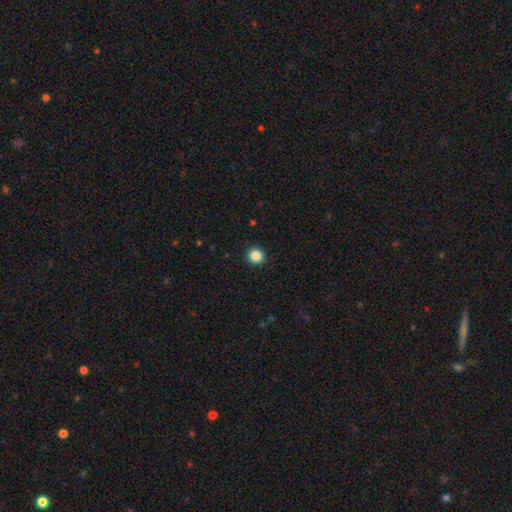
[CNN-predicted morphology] A smooth galaxy with no disk features (86%) that is round (95%). Merging: none (93%).